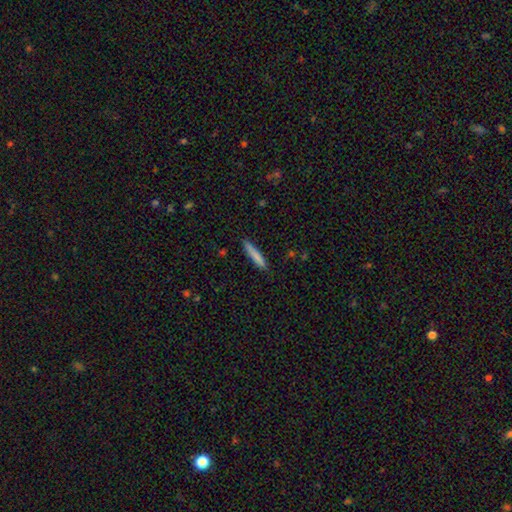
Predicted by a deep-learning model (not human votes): Overall: smooth (81%). How rounded: cigar-shaped (92%). Merging: none (87%).